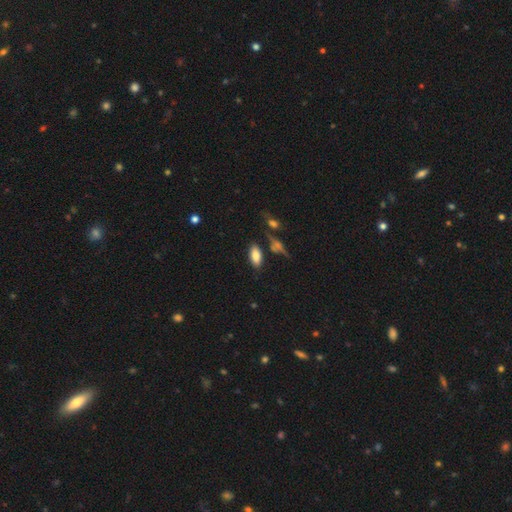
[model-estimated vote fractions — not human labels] The model was most divided on "merging": none: 75%, minor disturbance: 14%, merger: 6%, major disturbance: 4%. More confident: how rounded — in between (88%); smooth or featured — smooth (81%).